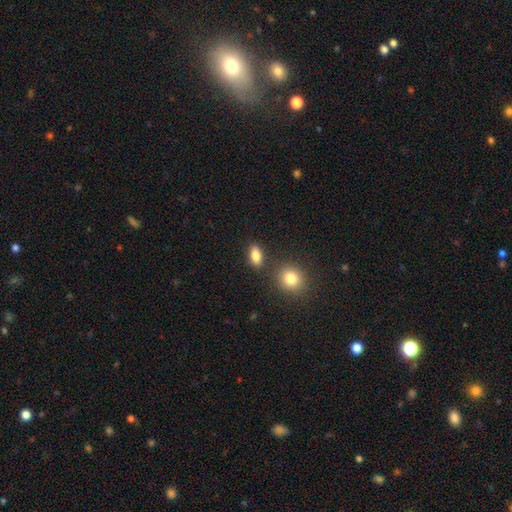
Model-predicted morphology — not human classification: Smooth or featured? Predicted: smooth (p=0.83). How rounded? Predicted: in between (p=0.81). Merging? Predicted: none (p=0.80).